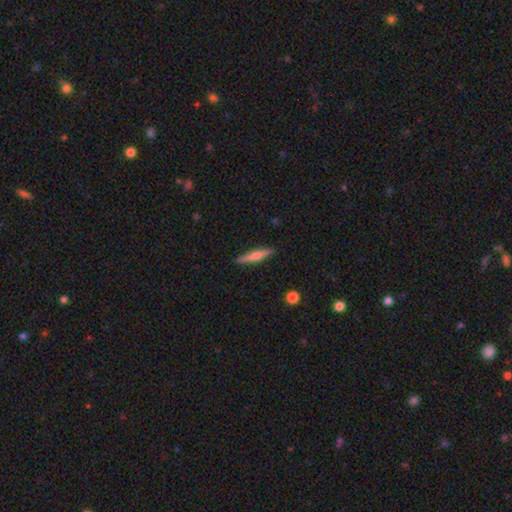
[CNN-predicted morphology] smooth-or-featured: featured or disk: 48% | smooth: 46% | star or artifact: 6%
  merging: none: 90% | minor disturbance: 7% | major disturbance: 1% | merger: 1%